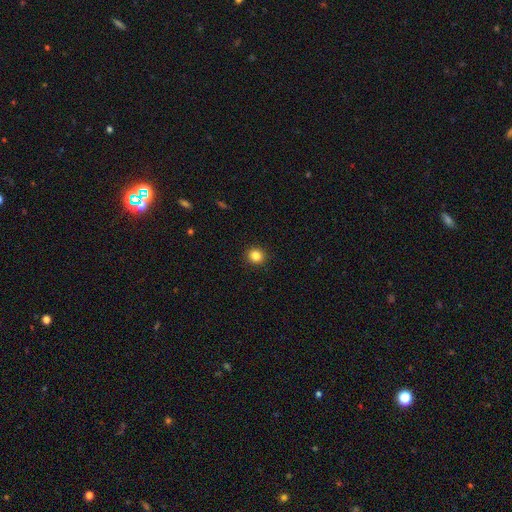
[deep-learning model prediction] Morphology: type=smooth (84%); roundness=round (90%); merging=none (92%).